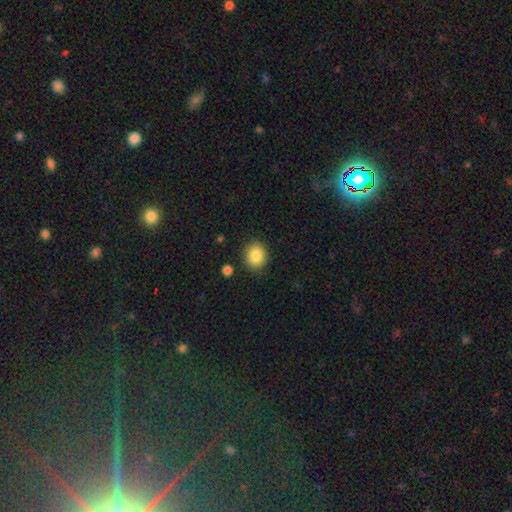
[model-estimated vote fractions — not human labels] Smooth or featured? Predicted: smooth (p=0.85). How rounded? Predicted: round (p=0.70). Merging? Predicted: none (p=0.87).